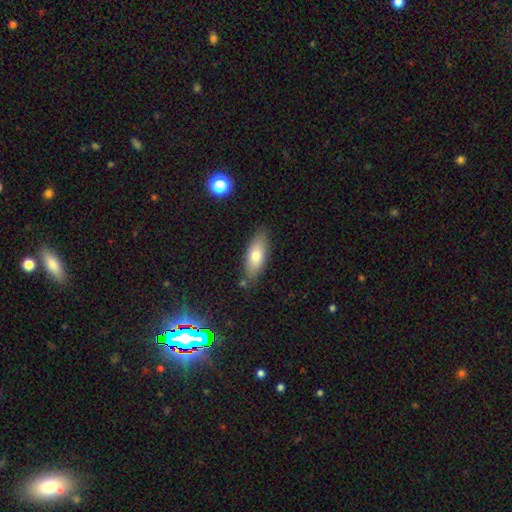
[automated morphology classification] Q: Smooth or featured?
A: smooth (72%); runner-up: featured or disk (21%)
Q: How rounded?
A: in between (72%); runner-up: cigar-shaped (25%)
Q: Merging?
A: none (79%); runner-up: minor disturbance (14%)